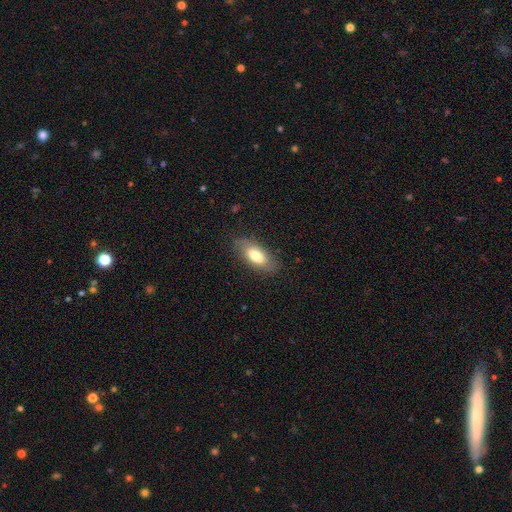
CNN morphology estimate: Q: Smooth or featured?
A: smooth (76%); runner-up: featured or disk (18%)
Q: How rounded?
A: in between (83%); runner-up: cigar-shaped (15%)
Q: Merging?
A: none (79%); runner-up: minor disturbance (15%)